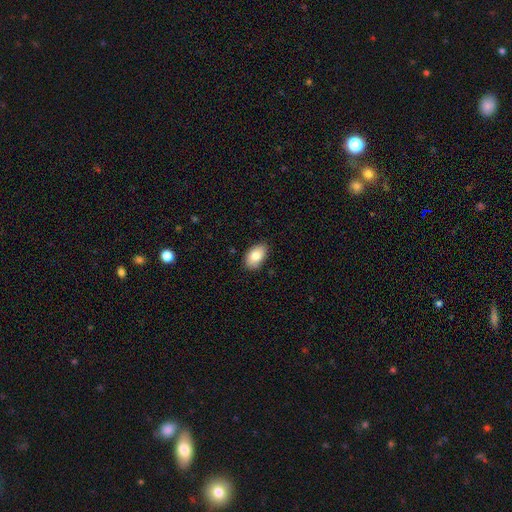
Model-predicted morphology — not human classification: smooth_or_featured: smooth (p=0.84) [alt: featured or disk p=0.09]
how_rounded: in between (p=0.92) [alt: round p=0.06]
merging: none (p=0.85) [alt: minor disturbance p=0.12]